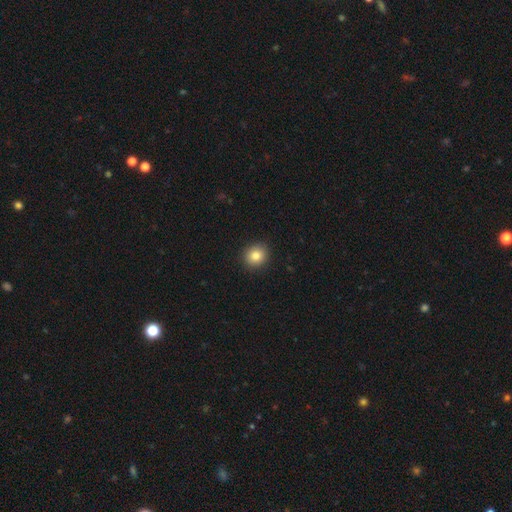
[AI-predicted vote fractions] A smooth galaxy with no disk features (83%) that is round (82%).

Vote fractions:
- Smooth or featured? smooth: 83% / star or artifact: 10% / featured or disk: 6%
- How rounded? round: 82% / in between: 17% / cigar-shaped: 1%
- Merging? none: 91% / minor disturbance: 6% / major disturbance: 2% / merger: 1%